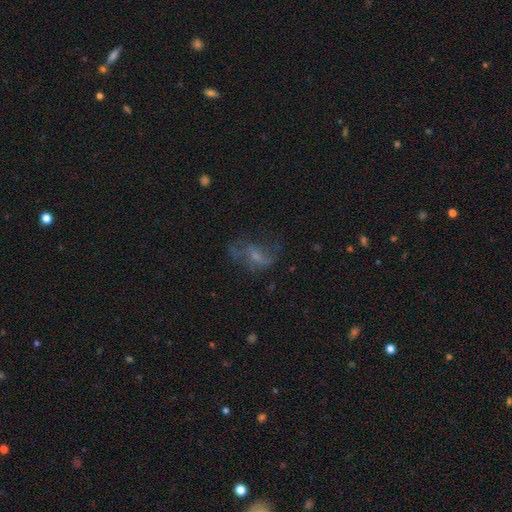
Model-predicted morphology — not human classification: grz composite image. It shows a featured or disk galaxy (51%). Merging: none (45%).